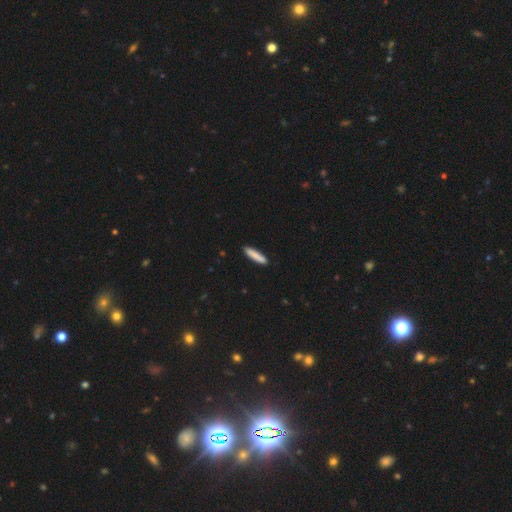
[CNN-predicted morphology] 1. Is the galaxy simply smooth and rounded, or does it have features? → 86% smooth, 8% featured or disk, 6% star or artifact.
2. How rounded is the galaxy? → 88% cigar-shaped, 11% in between, 1% round.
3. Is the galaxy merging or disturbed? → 90% none, 7% minor disturbance, 1% major disturbance, 1% merger.